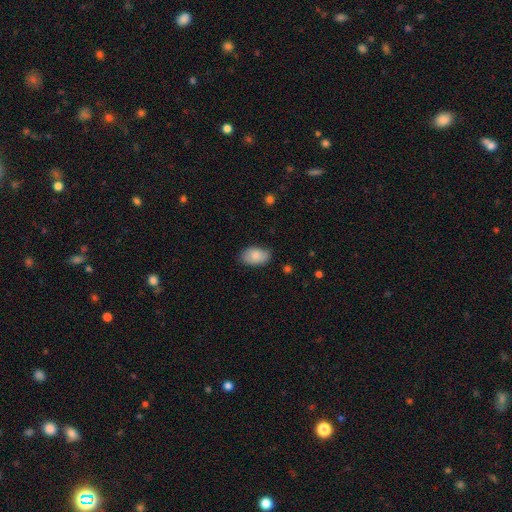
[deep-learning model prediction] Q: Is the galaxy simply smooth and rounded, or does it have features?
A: smooth — 86%.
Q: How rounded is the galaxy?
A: in between — 91%.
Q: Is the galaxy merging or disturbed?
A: none — 77%.